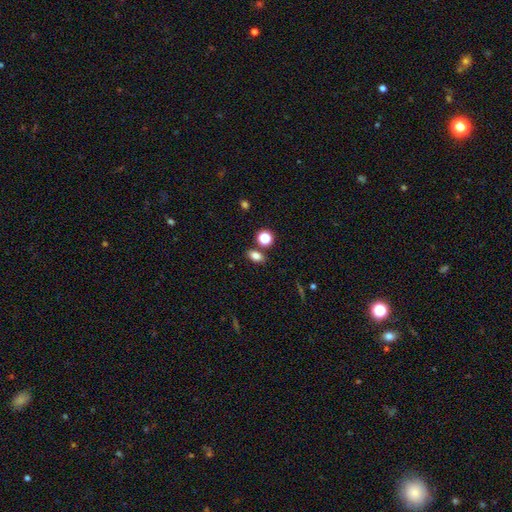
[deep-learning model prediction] smooth_or_featured: smooth (p=0.79) [alt: star or artifact p=0.13]
how_rounded: in between (p=0.77) [alt: round p=0.20]
merging: none (p=0.78) [alt: merger p=0.10]